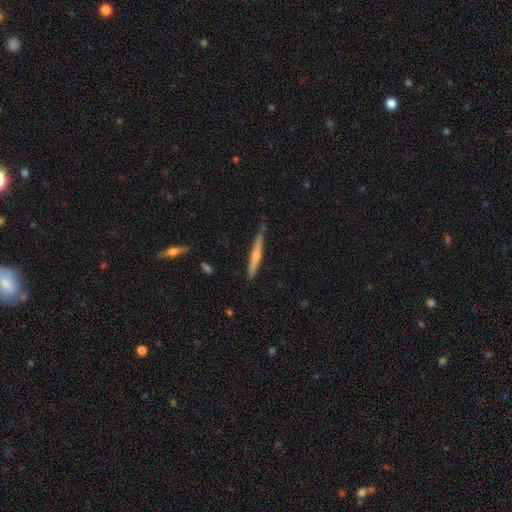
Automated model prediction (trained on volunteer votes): smooth_or_featured: smooth (p=0.53) [alt: featured or disk p=0.42]
how_rounded: cigar-shaped (p=0.95) [alt: in between p=0.03]
merging: none (p=0.82) [alt: minor disturbance p=0.13]